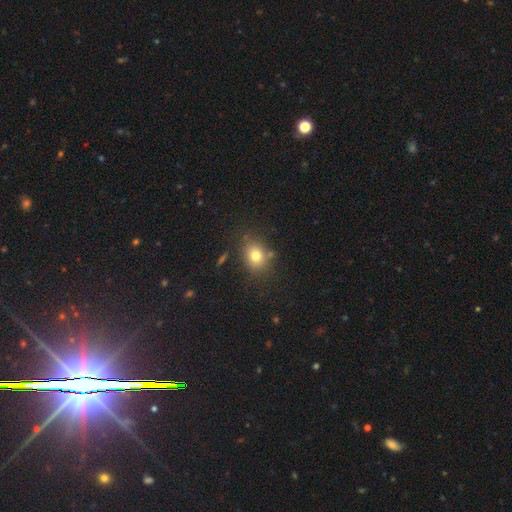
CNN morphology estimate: Smooth or featured? Predicted: smooth (p=0.77). How rounded? Predicted: round (p=0.52). Merging? Predicted: none (p=0.75).